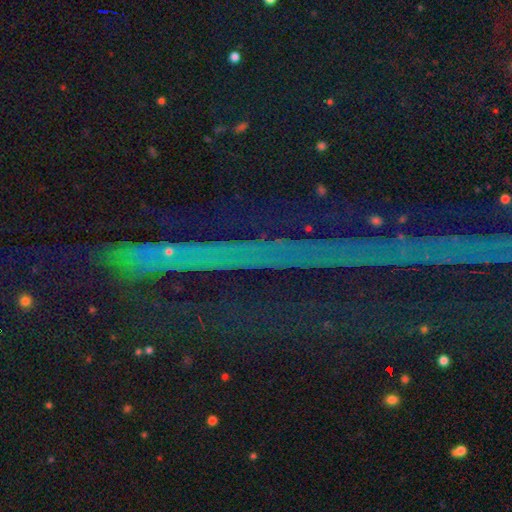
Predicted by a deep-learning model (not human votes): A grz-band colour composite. It shows a star or artifact, not a galaxy (86%).